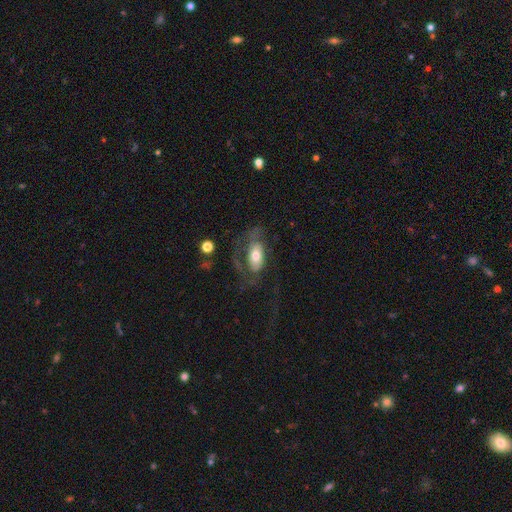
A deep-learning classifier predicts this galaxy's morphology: Overall: smooth (51%; featured or disk 42%). How rounded: in between (90%). Merging: major disturbance (49%; none 30%).